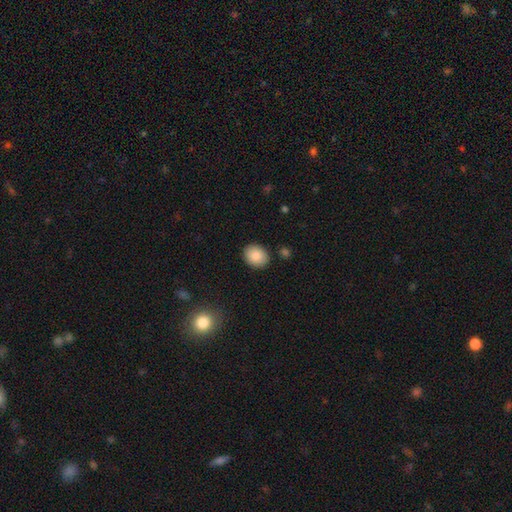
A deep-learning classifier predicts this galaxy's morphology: This appears to be a smooth galaxy with no disk features (87%) that is round (50%). Merging: none (88%).